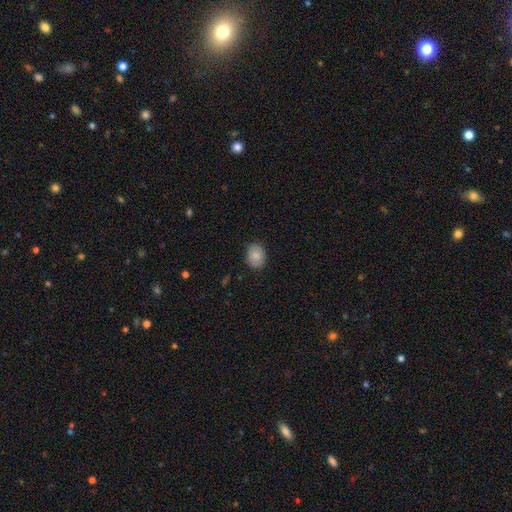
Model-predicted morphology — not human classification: type=smooth (86%); roundness=in between (64%); merging=none (86%).